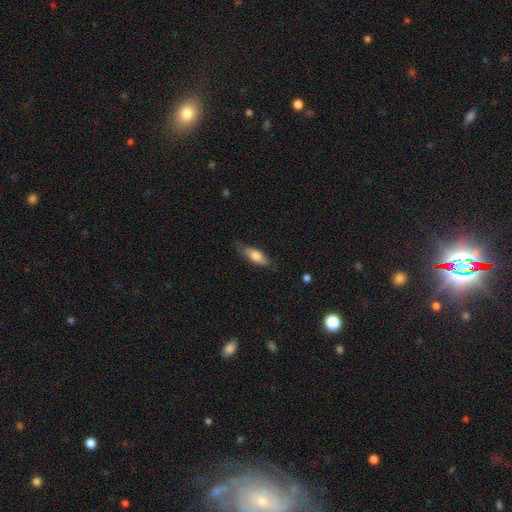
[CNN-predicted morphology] A smooth galaxy with no disk features (72%) that is in between round and cigar-shaped (66%). Merging: none (67%).